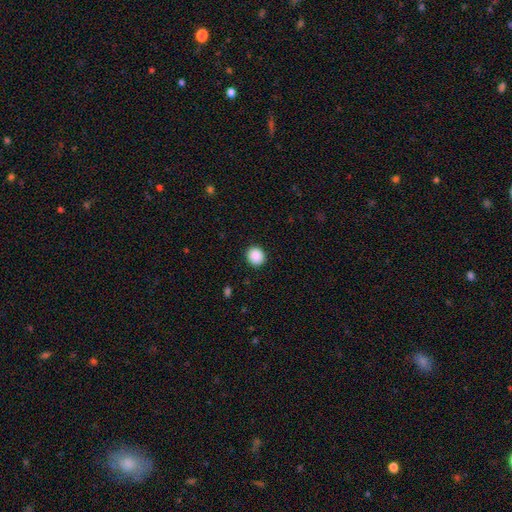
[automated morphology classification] Smooth or featured? Predicted: smooth (p=0.89). How rounded? Predicted: round (p=0.89). Merging? Predicted: none (p=0.91).